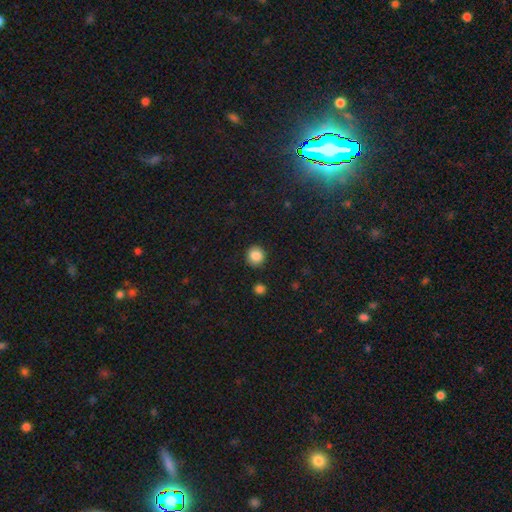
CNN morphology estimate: The model was most divided on "smooth or featured": smooth: 87%, star or artifact: 10%, featured or disk: 4%. More confident: merging — none (90%); how rounded — round (88%).